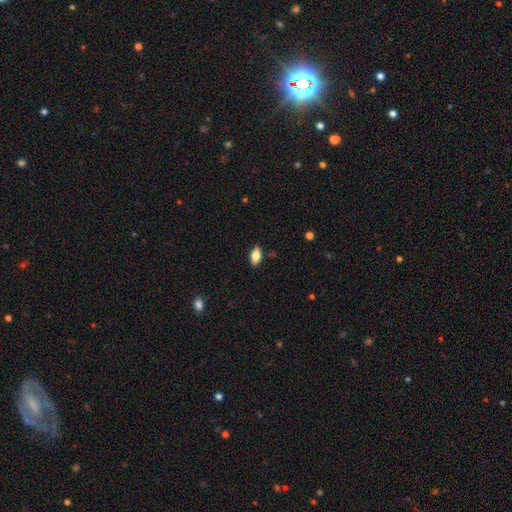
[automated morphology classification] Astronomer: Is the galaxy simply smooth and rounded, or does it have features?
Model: smooth — 78%.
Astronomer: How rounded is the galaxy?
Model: in between — 90%.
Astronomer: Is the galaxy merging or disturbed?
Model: none — 87%.